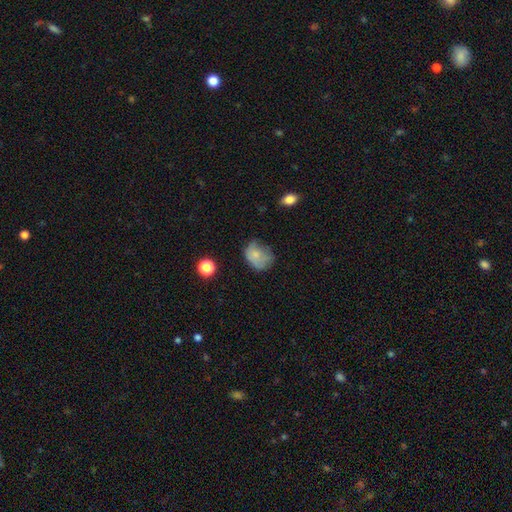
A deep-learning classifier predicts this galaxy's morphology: Q: Smooth or featured?
A: smooth (69%); runner-up: featured or disk (20%)
Q: How rounded?
A: in between (53%); runner-up: round (46%)
Q: Merging?
A: none (41%); runner-up: minor disturbance (36%)